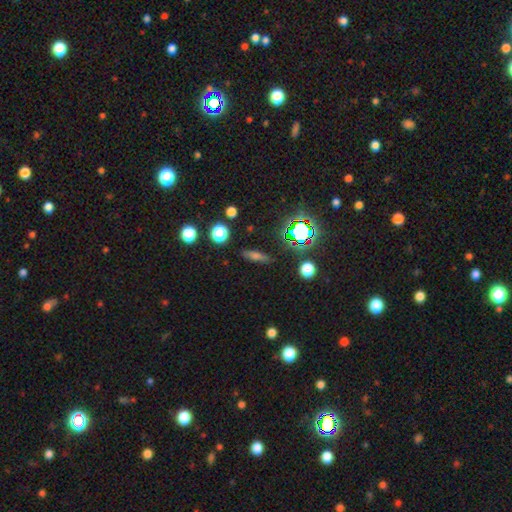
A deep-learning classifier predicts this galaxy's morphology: A smooth galaxy with no disk features (52%) that is cigar-shaped (62%). Merging: none (86%).